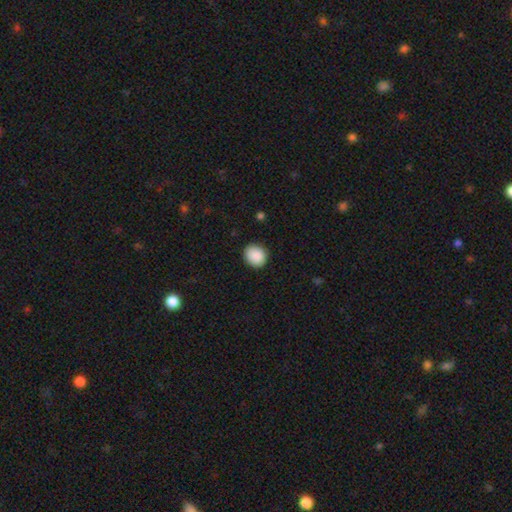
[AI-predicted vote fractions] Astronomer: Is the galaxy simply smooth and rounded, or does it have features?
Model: smooth — 90%.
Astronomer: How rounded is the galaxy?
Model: round — 72%.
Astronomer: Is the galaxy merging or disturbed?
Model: none — 89%.